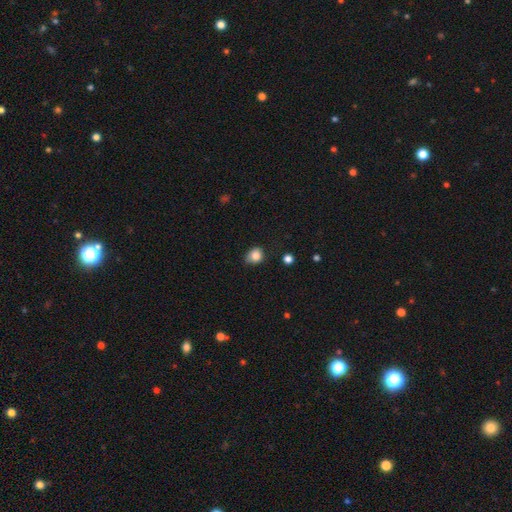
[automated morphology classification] The model was most divided on "how rounded": round: 63%, in between: 37%, cigar-shaped: 1%. More confident: smooth or featured — smooth (83%); merging — none (66%).